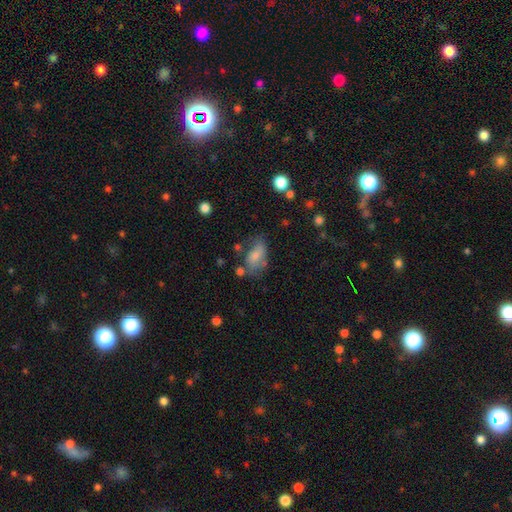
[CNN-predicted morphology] A smooth galaxy with no disk features (70%) that is in between round and cigar-shaped (89%). Merging: none (44%).